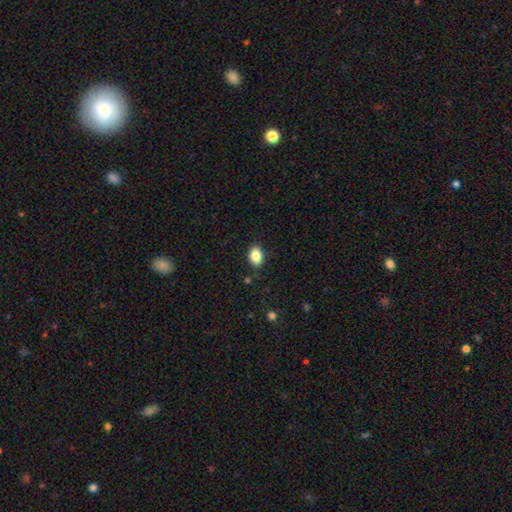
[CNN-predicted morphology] Smooth or featured?
  - smooth: 85% *
  - star or artifact: 9%
  - featured or disk: 6%
How rounded?
  - in between: 77% *
  - round: 22%
  - cigar-shaped: 1%
Merging?
  - none: 87% *
  - minor disturbance: 9%
  - major disturbance: 2%
  - merger: 1%